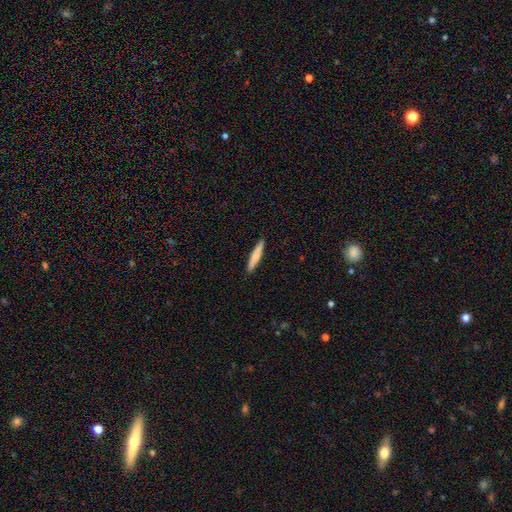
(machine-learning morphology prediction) Smooth or featured? smooth (69%)
How rounded? cigar-shaped (94%)
Merging? none (91%)